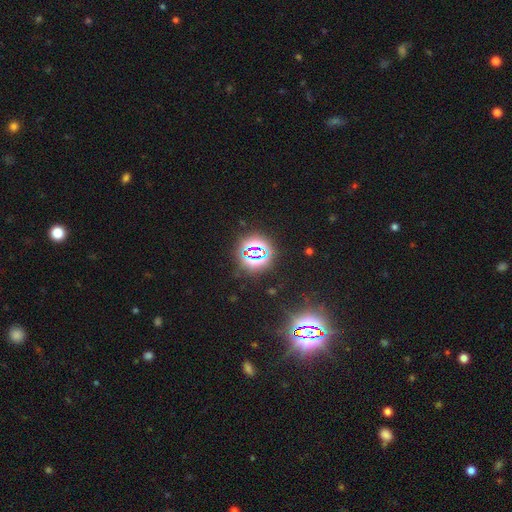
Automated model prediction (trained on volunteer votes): Q: Smooth or featured?
A: star or artifact (80%); runner-up: smooth (12%)